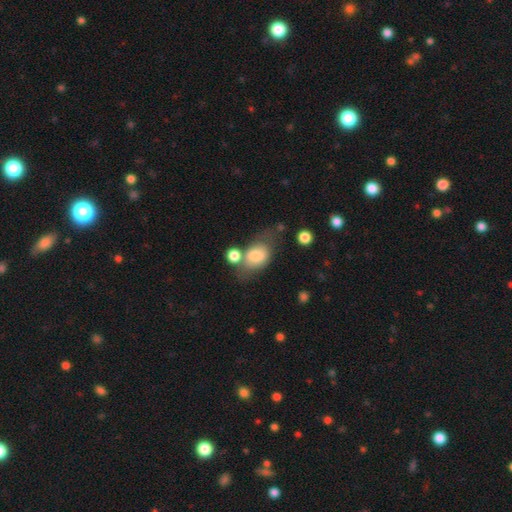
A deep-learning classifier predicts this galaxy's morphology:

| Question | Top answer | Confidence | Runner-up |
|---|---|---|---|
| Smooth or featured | smooth | 73% | featured or disk (20%) |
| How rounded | in between | 76% | round (22%) |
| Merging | none | 42% | merger (25%) |